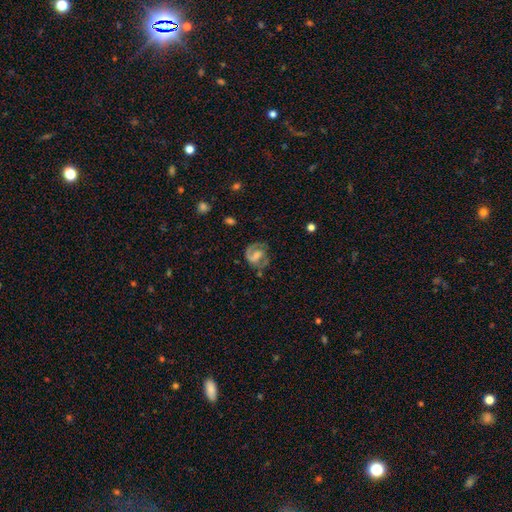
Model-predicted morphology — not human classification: Smooth or featured? Predicted: featured or disk (p=0.83). Edge-on disk? Predicted: no (p=0.98). Bar? Predicted: weak (p=0.50). Spiral arms? Predicted: yes (p=0.95). Spiral winding? Predicted: medium (p=0.52). Spiral arm count? Predicted: 2 (p=0.82). Bulge size? Predicted: moderate (p=0.44). Merging? Predicted: none (p=0.67).